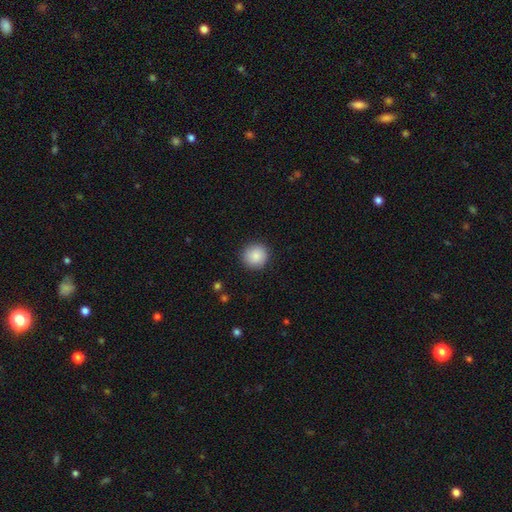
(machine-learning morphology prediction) The model was most divided on "smooth or featured": smooth: 88%, star or artifact: 8%, featured or disk: 5%. More confident: how rounded — round (94%); merging — none (90%).